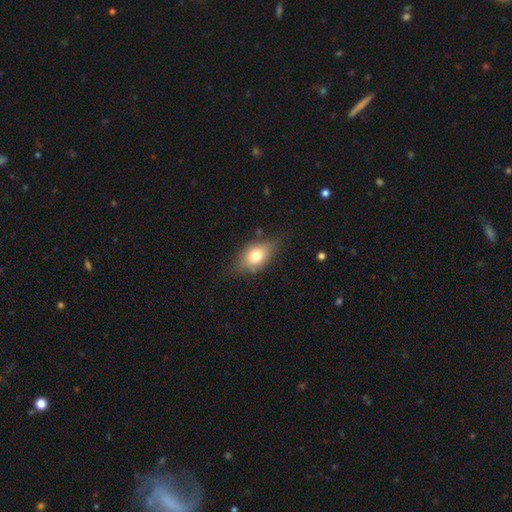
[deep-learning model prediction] smooth_or_featured: smooth (p=0.72) [alt: featured or disk p=0.19]
how_rounded: in between (p=0.79) [alt: round p=0.16]
merging: none (p=0.71) [alt: minor disturbance p=0.22]